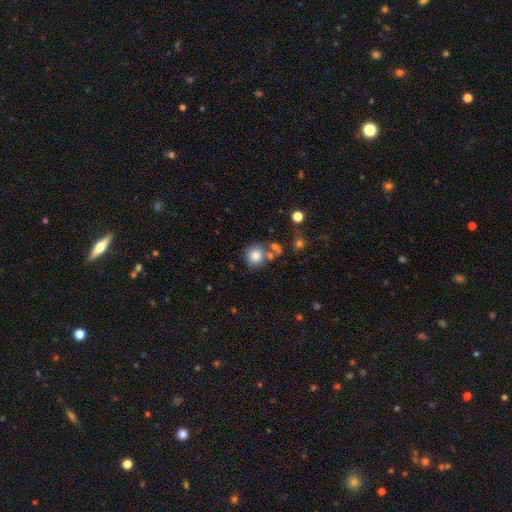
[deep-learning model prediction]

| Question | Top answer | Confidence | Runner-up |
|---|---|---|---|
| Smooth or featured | smooth | 81% | star or artifact (10%) |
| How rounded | round | 85% | in between (14%) |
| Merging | none | 62% | merger (21%) |